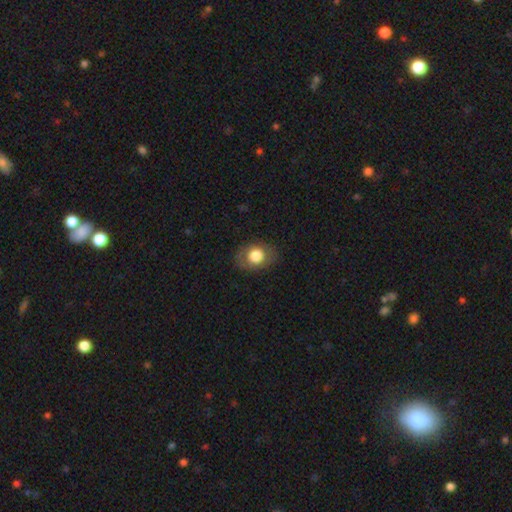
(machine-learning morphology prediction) The model was most divided on "how rounded": in between: 60%, round: 39%, cigar-shaped: 1%. More confident: merging — none (80%); smooth or featured — smooth (73%).